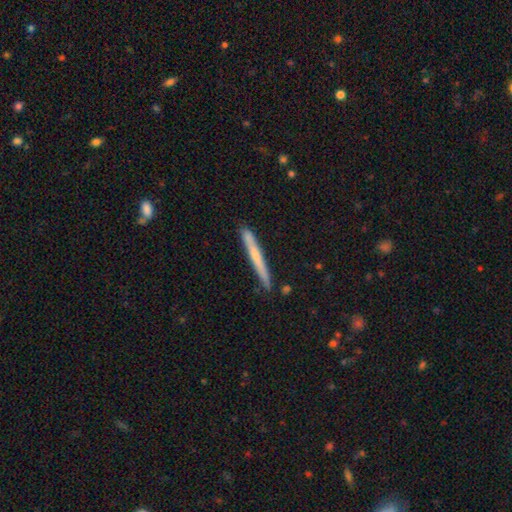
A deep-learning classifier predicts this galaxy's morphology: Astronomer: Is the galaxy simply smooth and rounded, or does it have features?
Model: smooth — 50% (runner-up: featured or disk, 44%).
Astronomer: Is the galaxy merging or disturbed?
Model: none — 86%.